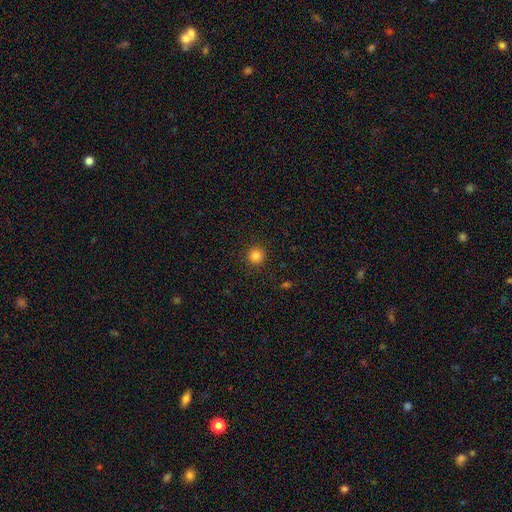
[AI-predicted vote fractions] A smooth galaxy with no disk features (84%) that is round (94%).

Vote fractions:
- Smooth or featured? smooth: 84% / star or artifact: 12% / featured or disk: 4%
- How rounded? round: 94% / in between: 5% / cigar-shaped: 1%
- Merging? none: 91% / minor disturbance: 5% / major disturbance: 2% / merger: 1%